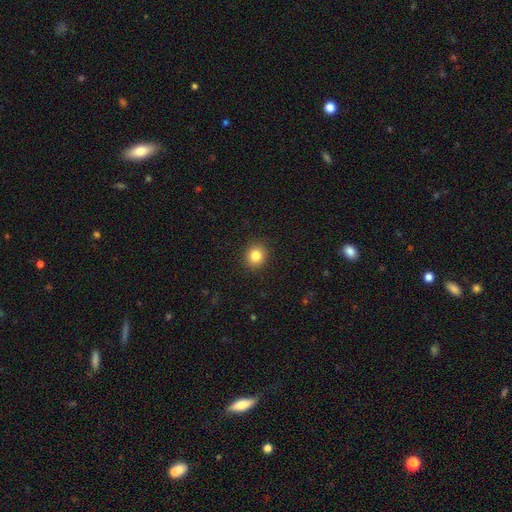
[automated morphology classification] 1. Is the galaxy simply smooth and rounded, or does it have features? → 83% smooth, 11% star or artifact, 6% featured or disk.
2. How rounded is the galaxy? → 83% round, 16% in between, 1% cigar-shaped.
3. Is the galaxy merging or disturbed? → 92% none, 6% minor disturbance, 2% major disturbance, 1% merger.